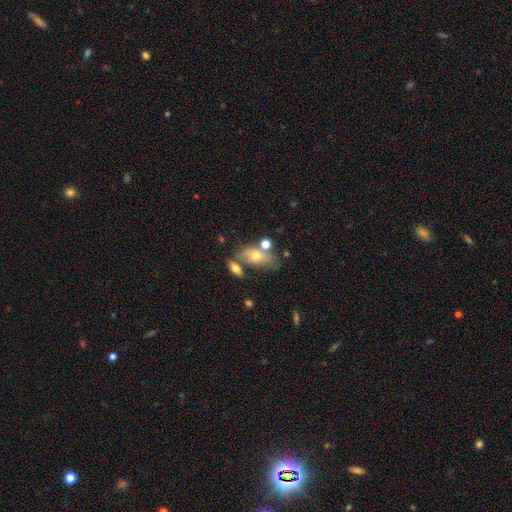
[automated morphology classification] Q: Smooth or featured?
A: smooth (64%); runner-up: featured or disk (27%)
Q: How rounded?
A: in between (83%); runner-up: round (10%)
Q: Merging?
A: none (43%); runner-up: merger (31%)